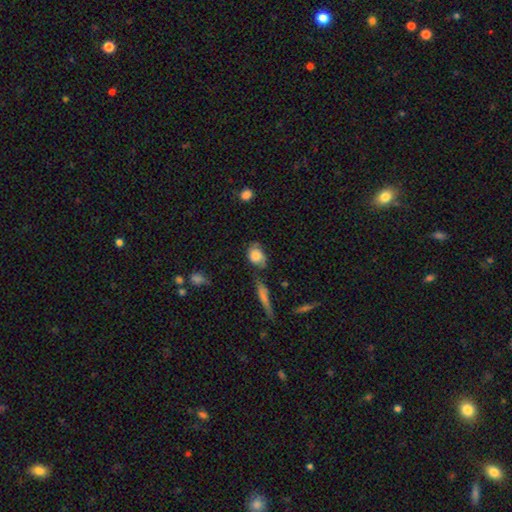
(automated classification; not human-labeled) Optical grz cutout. It shows a smooth galaxy with no disk features (74%) that is in between round and cigar-shaped (69%). Merging: none (43%).